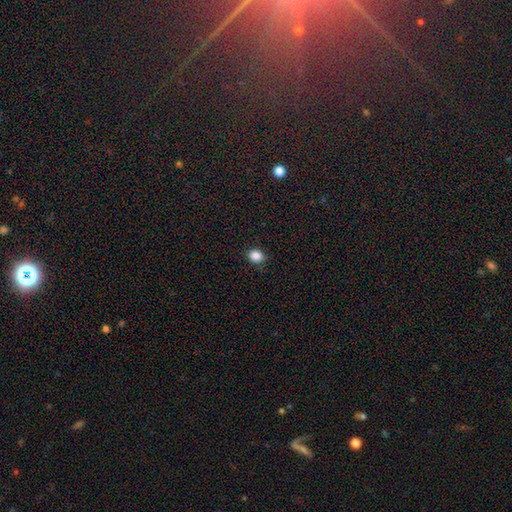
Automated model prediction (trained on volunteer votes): Smooth or featured?
  - smooth: 86% *
  - star or artifact: 11%
  - featured or disk: 3%
How rounded?
  - round: 67% *
  - in between: 32%
  - cigar-shaped: 1%
Merging?
  - none: 87% *
  - minor disturbance: 10%
  - major disturbance: 2%
  - merger: 1%